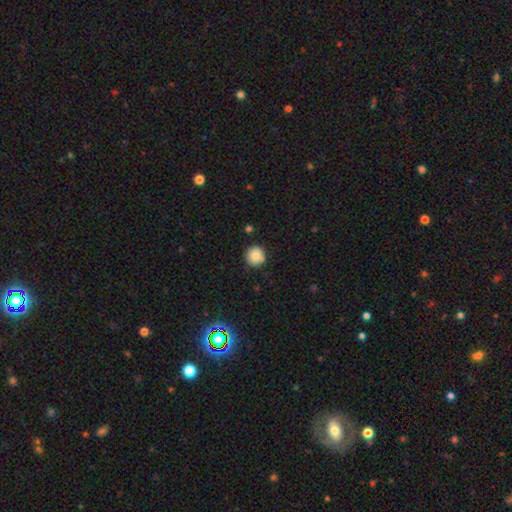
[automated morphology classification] Smooth or featured: smooth — 82% (star or artifact — 9%)
How rounded: round — 93% (in between — 6%)
Merging: none — 83% (minor disturbance — 10%)